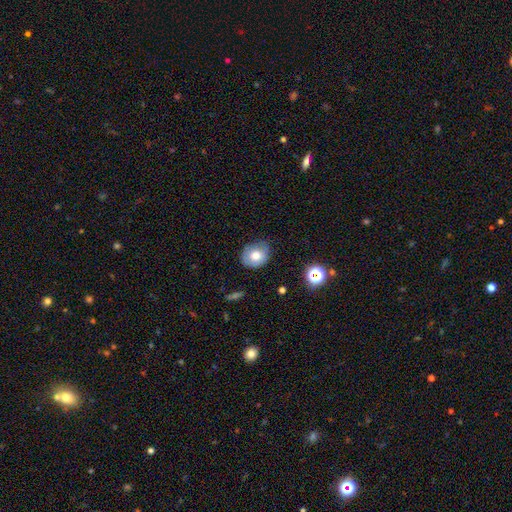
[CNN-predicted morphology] smooth-or-featured: smooth: 71% | featured or disk: 20% | star or artifact: 10%
  how-rounded: round: 63% | in between: 36% | cigar-shaped: 1%
  merging: none: 73% | minor disturbance: 21% | major disturbance: 4% | merger: 1%